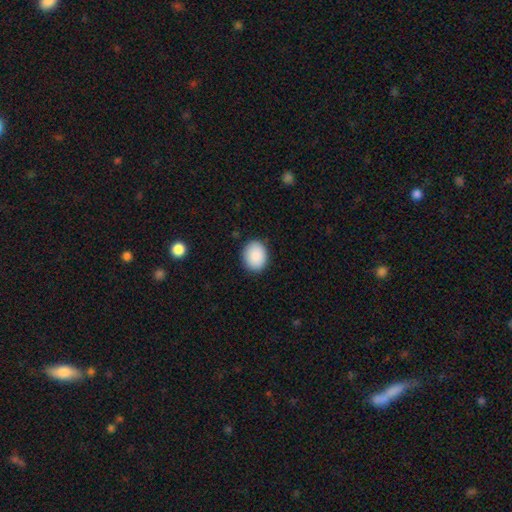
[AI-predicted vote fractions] Smooth or featured? smooth (89%)
How rounded? round (51%)
Merging? none (88%)